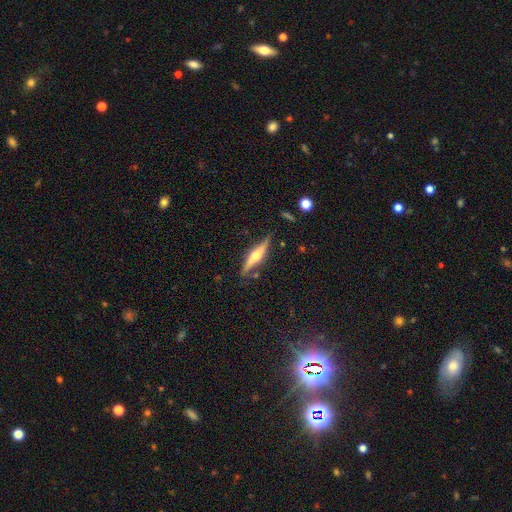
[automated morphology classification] Smooth or featured? Predicted: featured or disk (p=0.69). Edge-on disk? Predicted: yes (p=0.95). Edge-on bulge? Predicted: rounded (p=0.93). Merging? Predicted: none (p=0.80).